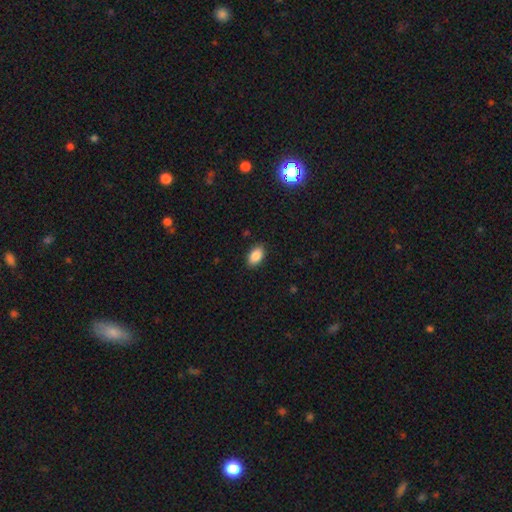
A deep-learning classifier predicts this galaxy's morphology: A smooth galaxy with no disk features (88%) that is in between round and cigar-shaped (92%).

Vote fractions:
- Smooth or featured? smooth: 88% / star or artifact: 8% / featured or disk: 4%
- How rounded? in between: 92% / round: 7% / cigar-shaped: 2%
- Merging? none: 88% / minor disturbance: 9% / major disturbance: 2% / merger: 1%